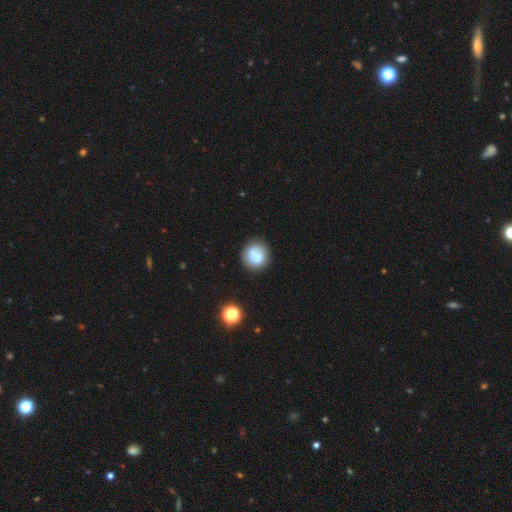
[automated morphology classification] Q: Smooth or featured?
A: smooth (72%); runner-up: featured or disk (19%)
Q: How rounded?
A: round (88%); runner-up: in between (11%)
Q: Merging?
A: none (69%); runner-up: minor disturbance (15%)